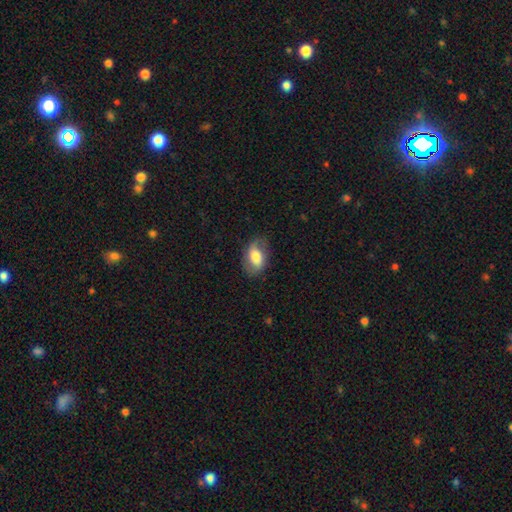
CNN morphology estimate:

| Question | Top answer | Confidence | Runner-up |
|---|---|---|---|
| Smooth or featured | smooth | 51% | featured or disk (42%) |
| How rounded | in between | 86% | round (12%) |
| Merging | none | 74% | minor disturbance (17%) |